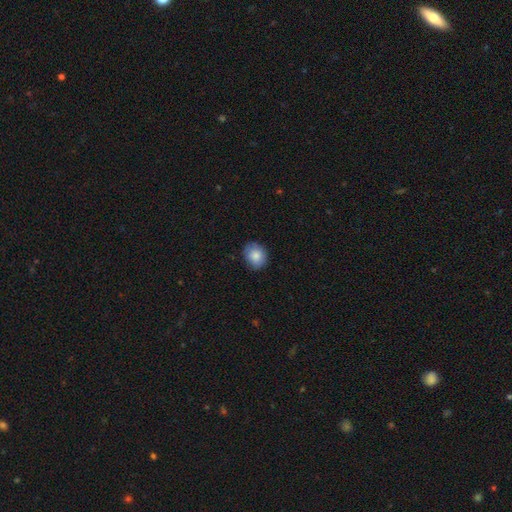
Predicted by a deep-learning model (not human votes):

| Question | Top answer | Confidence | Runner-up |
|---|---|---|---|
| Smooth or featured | smooth | 84% | featured or disk (8%) |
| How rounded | round | 53% | in between (46%) |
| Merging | none | 84% | minor disturbance (13%) |